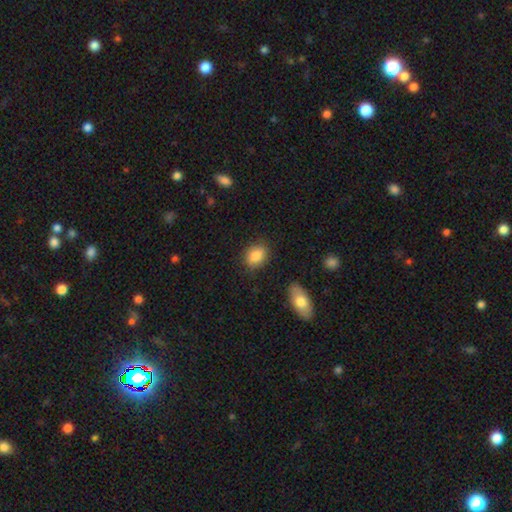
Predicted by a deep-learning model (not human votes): smooth_or_featured: smooth (p=0.86) [alt: star or artifact p=0.08]
how_rounded: in between (p=0.72) [alt: round p=0.26]
merging: none (p=0.82) [alt: minor disturbance p=0.12]